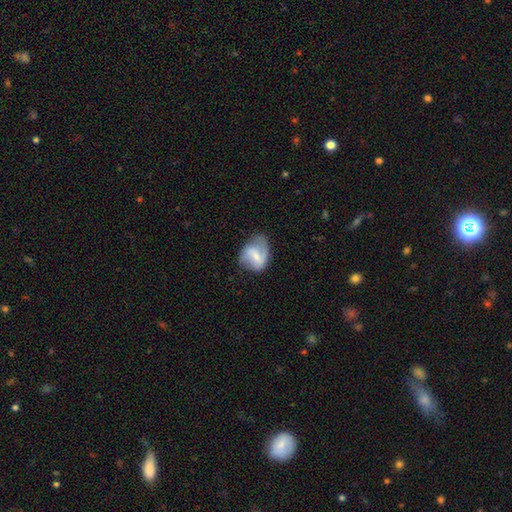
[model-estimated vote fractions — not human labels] A featured or disk galaxy (61%) with a weak bar (47%), spiral arms (80%) and a small central bulge (48%). Merging: none (53%).